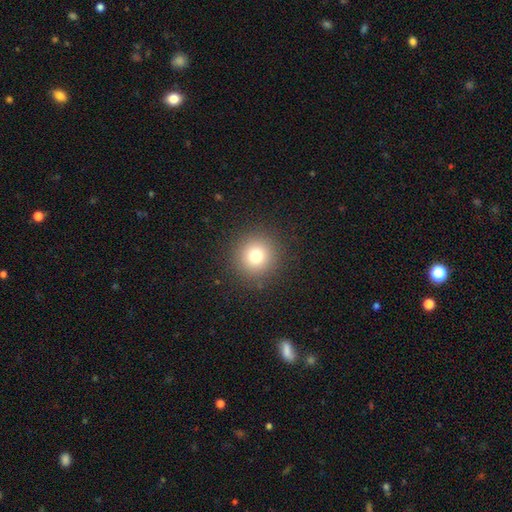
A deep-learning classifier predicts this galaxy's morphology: type=smooth (76%); roundness=round (94%); merging=none (90%).